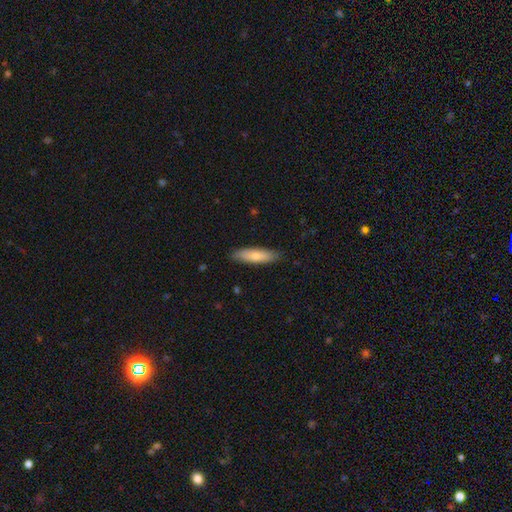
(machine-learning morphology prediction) type=smooth (76%); roundness=cigar-shaped (64%); merging=none (86%).